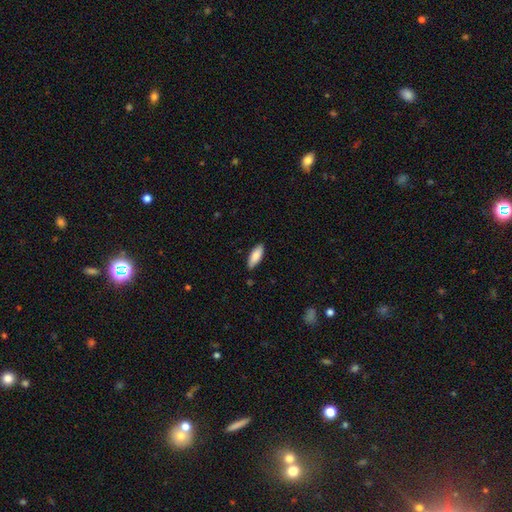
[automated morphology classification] This is clearly a smooth galaxy (86%). How rounded: likely in between (74%). Merging: clearly none (83%).